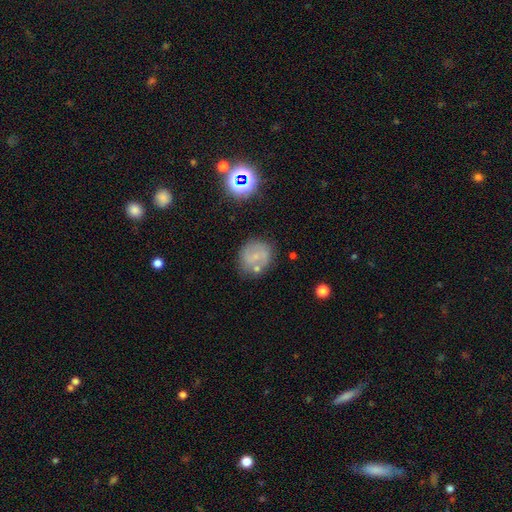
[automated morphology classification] Overall: featured or disk (45%; smooth 40%). Merging: none (67%).